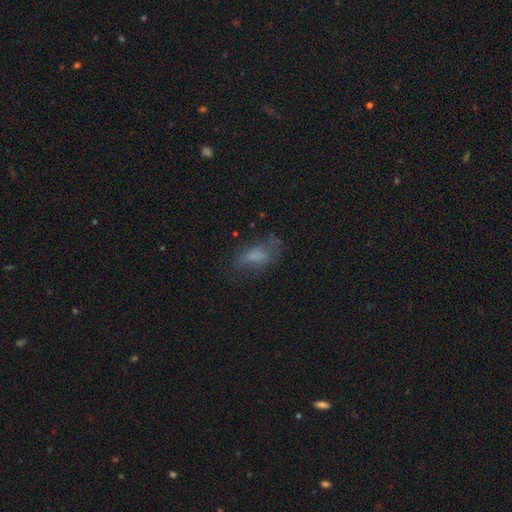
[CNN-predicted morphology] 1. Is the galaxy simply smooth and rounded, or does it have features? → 56% smooth, 30% featured or disk, 14% star or artifact.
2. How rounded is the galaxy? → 82% in between, 12% cigar-shaped, 6% round.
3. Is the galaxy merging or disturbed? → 45% none, 26% major disturbance, 26% minor disturbance, 3% merger.